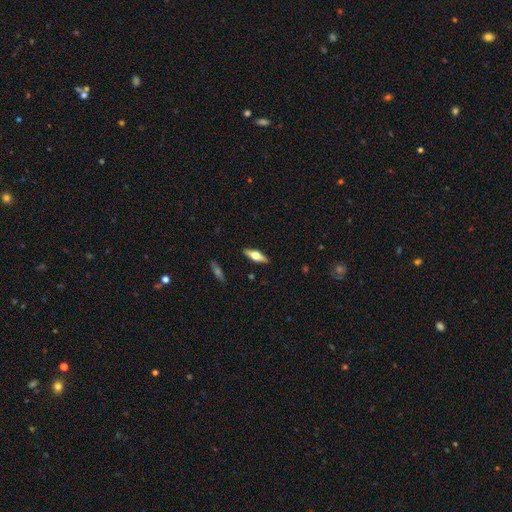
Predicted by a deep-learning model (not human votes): Q: Smooth or featured?
A: featured or disk (59%); runner-up: smooth (35%)
Q: Edge-on disk?
A: yes (94%); runner-up: no (6%)
Q: Edge-on bulge?
A: rounded (95%); runner-up: boxy (3%)
Q: Merging?
A: none (90%); runner-up: minor disturbance (7%)